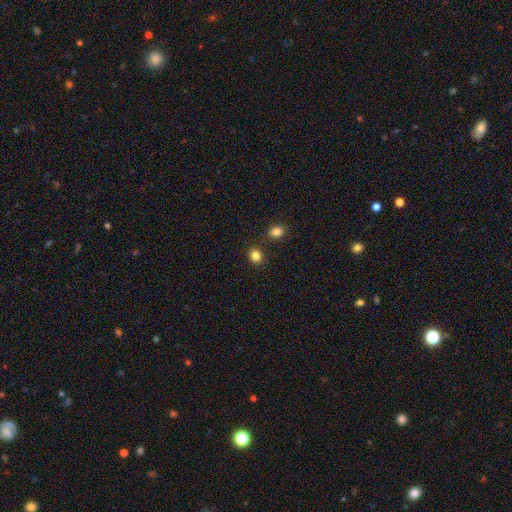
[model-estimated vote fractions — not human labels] This is clearly a smooth galaxy (84%). How rounded: likely round (69%). Merging: clearly none (83%).